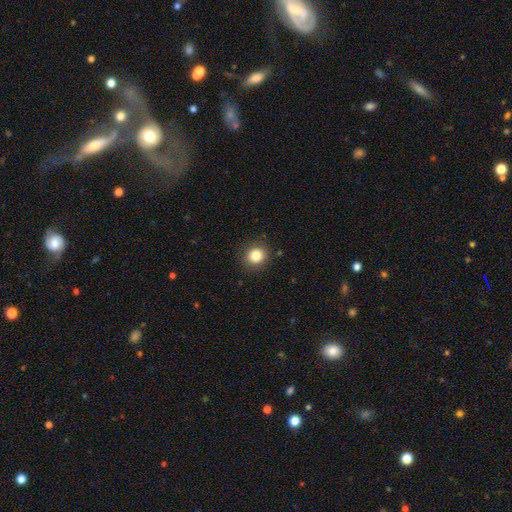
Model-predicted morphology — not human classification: type=smooth (83%); roundness=round (86%); merging=none (89%).